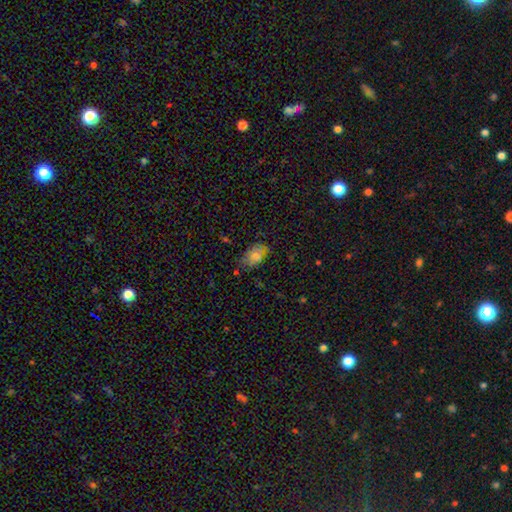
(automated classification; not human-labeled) This appears to be a smooth galaxy with no disk features (76%) that is in between round and cigar-shaped (89%). Merging: none (71%).